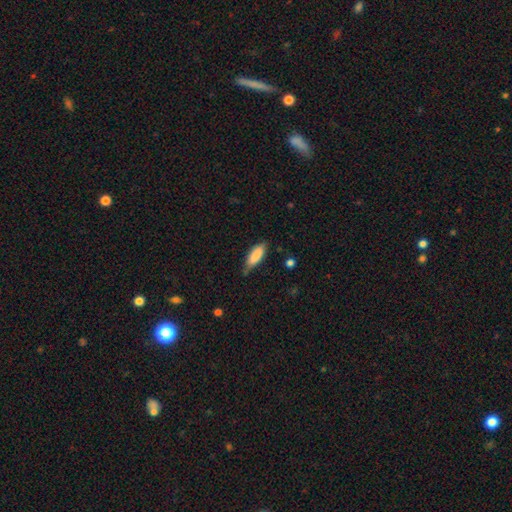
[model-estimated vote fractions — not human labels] Smooth or featured? smooth (85%)
How rounded? in between (67%)
Merging? none (65%)